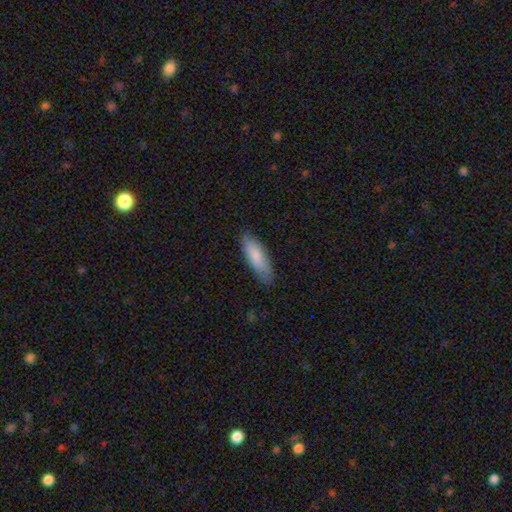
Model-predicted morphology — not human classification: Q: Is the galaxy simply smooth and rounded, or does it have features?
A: smooth — 83%.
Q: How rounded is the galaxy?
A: cigar-shaped — 49%, tied with in between.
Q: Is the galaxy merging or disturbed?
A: none — 83%.